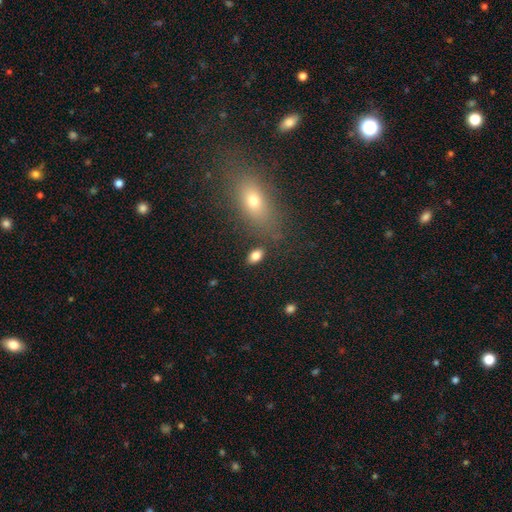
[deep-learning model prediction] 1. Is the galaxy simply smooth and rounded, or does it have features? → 83% smooth, 9% star or artifact, 8% featured or disk.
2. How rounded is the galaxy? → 89% in between, 9% round, 2% cigar-shaped.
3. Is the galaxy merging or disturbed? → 82% none, 10% minor disturbance, 4% merger, 4% major disturbance.